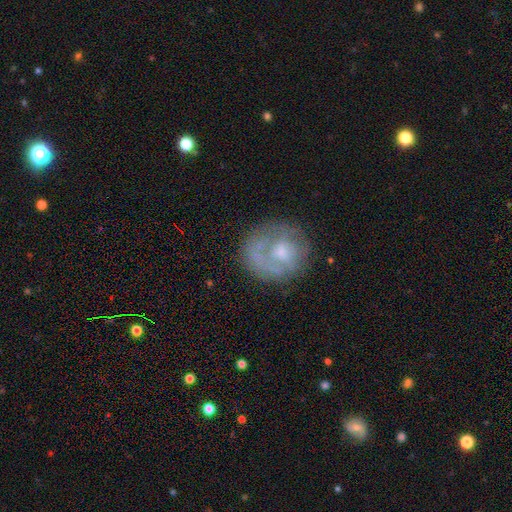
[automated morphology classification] Smooth or featured? Predicted: featured or disk (p=0.50). Edge-on disk? Predicted: no (p=0.97). Merging? Predicted: none (p=0.59).